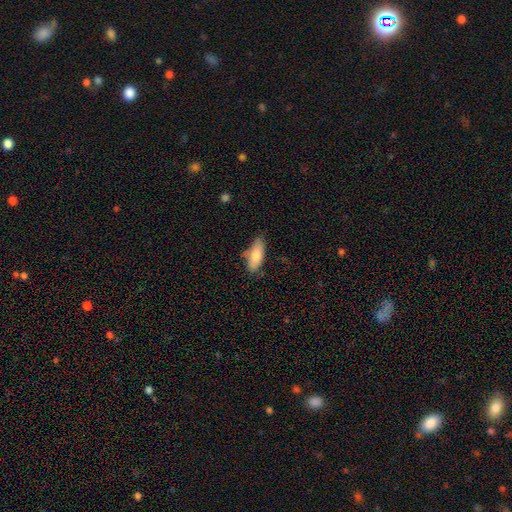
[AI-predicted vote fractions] Morphology: type=smooth (80%); roundness=in between (74%); merging=none (62%).